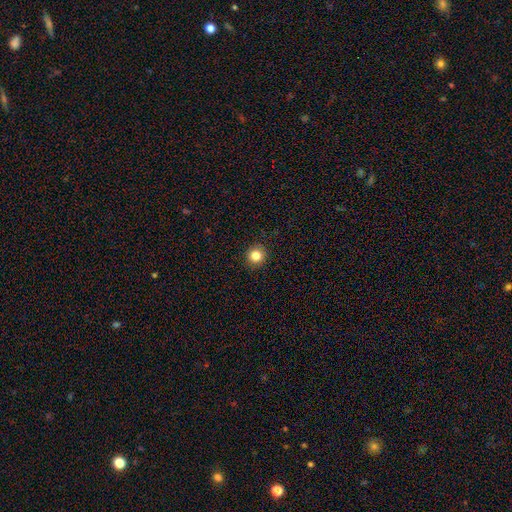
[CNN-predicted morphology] Q: Smooth or featured?
A: smooth (84%); runner-up: star or artifact (11%)
Q: How rounded?
A: round (92%); runner-up: in between (7%)
Q: Merging?
A: none (92%); runner-up: minor disturbance (6%)